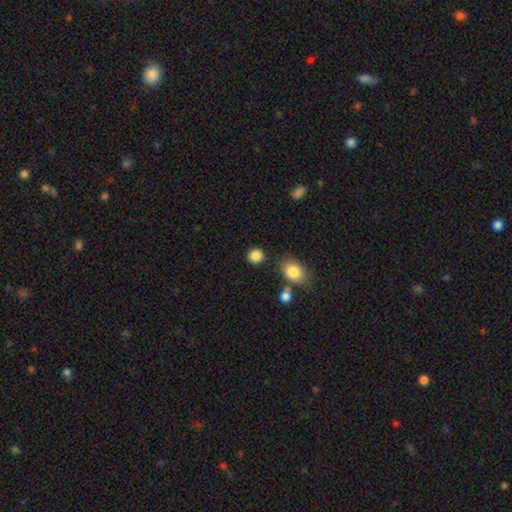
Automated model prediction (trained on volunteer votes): Smooth or featured? Predicted: smooth (p=0.87). How rounded? Predicted: round (p=0.85). Merging? Predicted: none (p=0.84).